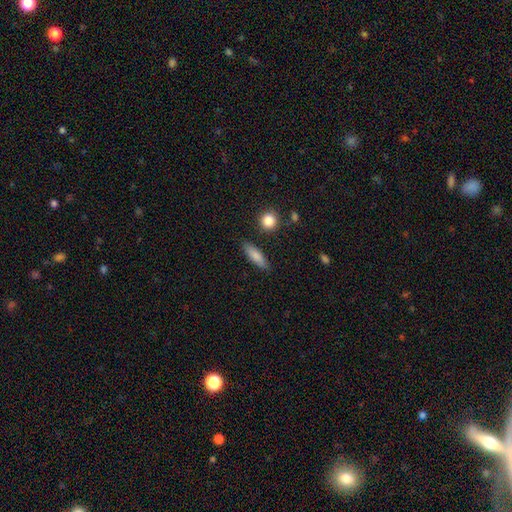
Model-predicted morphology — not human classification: Smooth or featured: smooth — 81% (featured or disk — 12%)
How rounded: cigar-shaped — 55% (in between — 42%)
Merging: none — 86% (minor disturbance — 10%)